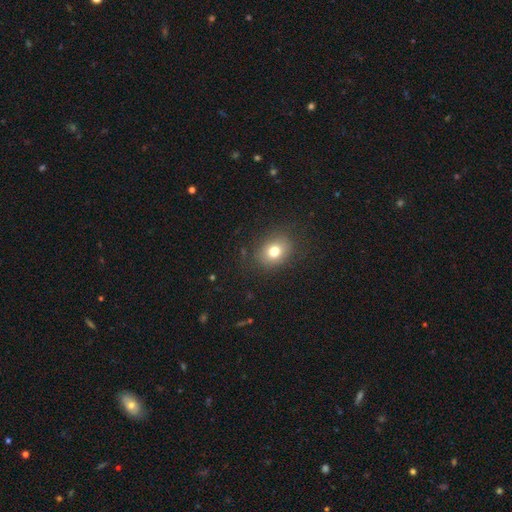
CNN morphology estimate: smooth_or_featured: smooth (p=0.71) [alt: star or artifact p=0.21]
how_rounded: round (p=0.56) [alt: in between p=0.43]
merging: none (p=0.90) [alt: minor disturbance p=0.07]